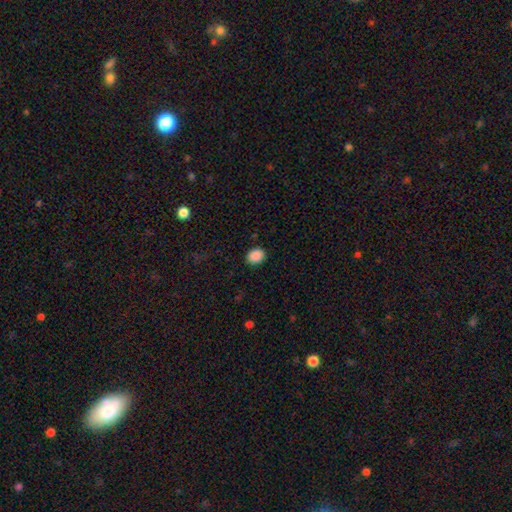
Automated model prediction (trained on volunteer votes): Overall: smooth (89%). How rounded: round (50%; in between 49%). Merging: none (89%).